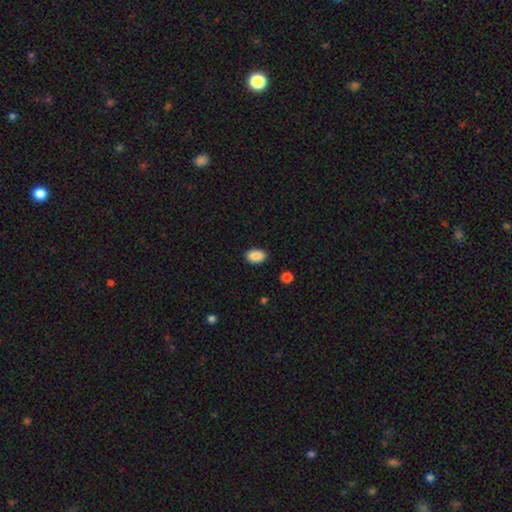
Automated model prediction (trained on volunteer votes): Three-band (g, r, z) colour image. It shows a smooth galaxy with no disk features (89%) that is in between round and cigar-shaped (85%). Merging: none (88%).